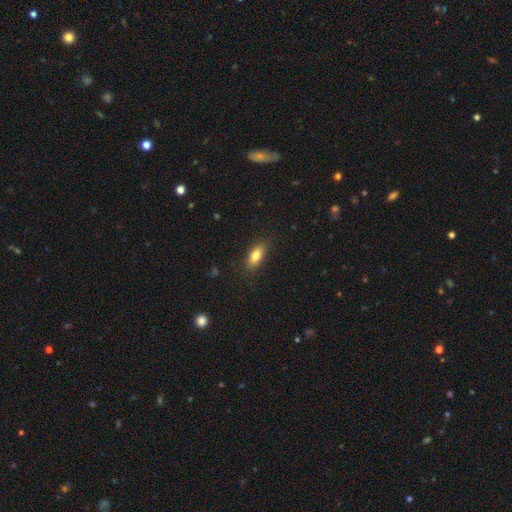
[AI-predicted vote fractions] This is clearly a smooth galaxy (80%). How rounded: clearly in between (82%). Merging: clearly none (83%).